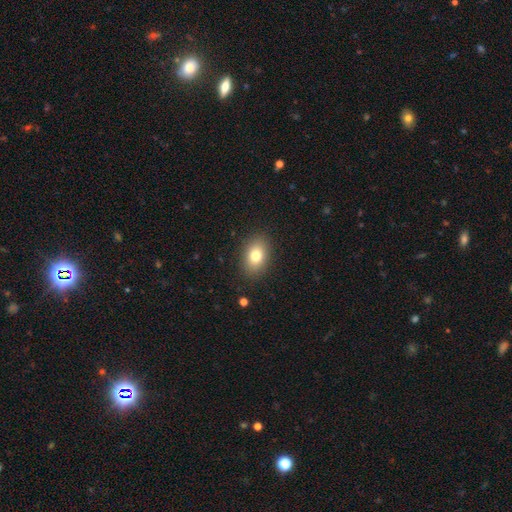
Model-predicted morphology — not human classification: Overall: smooth (79%). How rounded: in between (80%). Merging: none (88%).